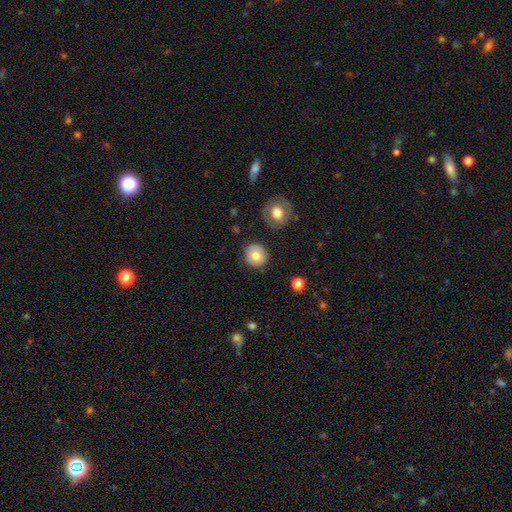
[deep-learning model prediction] Smooth or featured? Predicted: smooth (p=0.76). How rounded? Predicted: round (p=0.91). Merging? Predicted: none (p=0.87).